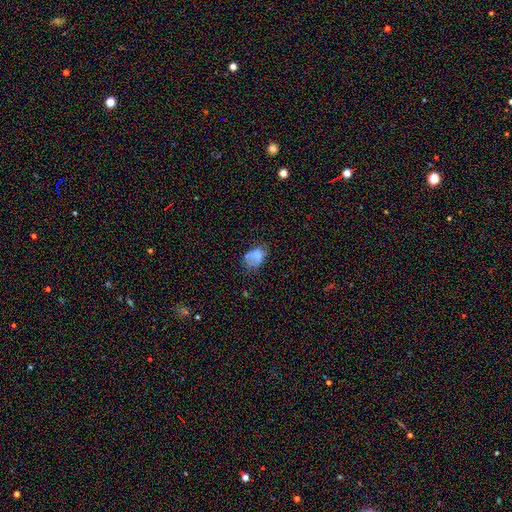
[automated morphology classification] Smooth or featured: smooth — 73% (featured or disk — 14%)
How rounded: in between — 79% (round — 20%)
Merging: none — 45% (minor disturbance — 33%)